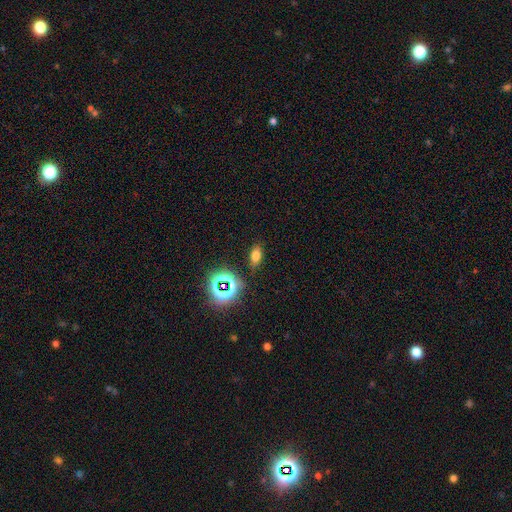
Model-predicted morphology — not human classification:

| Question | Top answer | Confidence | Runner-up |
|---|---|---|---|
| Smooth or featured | smooth | 65% | star or artifact (24%) |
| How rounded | in between | 82% | round (11%) |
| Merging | none | 84% | minor disturbance (10%) |